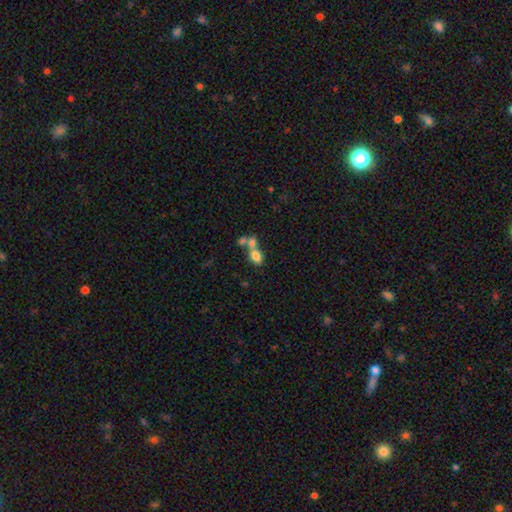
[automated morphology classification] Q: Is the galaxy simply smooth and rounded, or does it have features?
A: smooth — 74%.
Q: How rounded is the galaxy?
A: in between — 78%.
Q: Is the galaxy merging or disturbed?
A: merger — 54%.